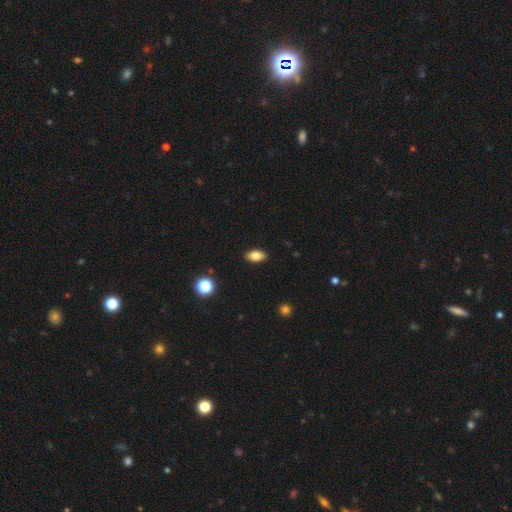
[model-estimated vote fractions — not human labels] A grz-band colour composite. It shows a smooth galaxy with no disk features (82%) that is in between round and cigar-shaped (90%). Merging: none (90%).